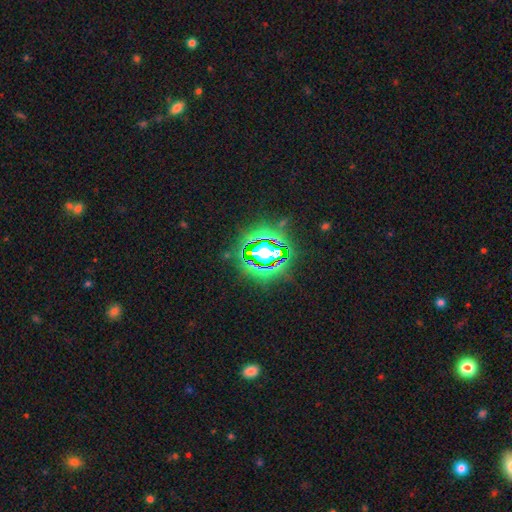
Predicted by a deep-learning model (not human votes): smooth-or-featured: star or artifact: 73% | smooth: 15% | featured or disk: 12%